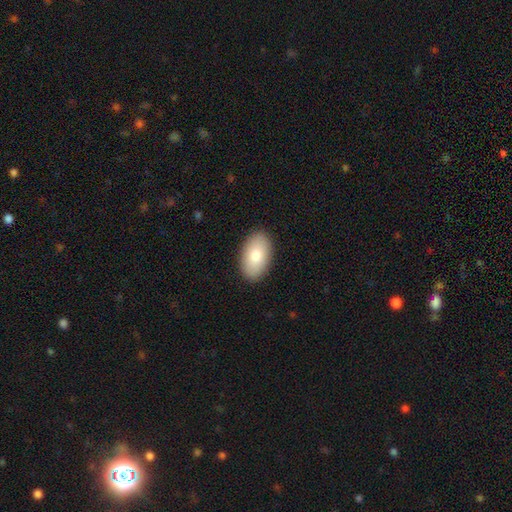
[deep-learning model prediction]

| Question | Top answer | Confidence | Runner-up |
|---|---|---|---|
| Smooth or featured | smooth | 83% | featured or disk (11%) |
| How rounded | in between | 95% | round (4%) |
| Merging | none | 89% | minor disturbance (8%) |